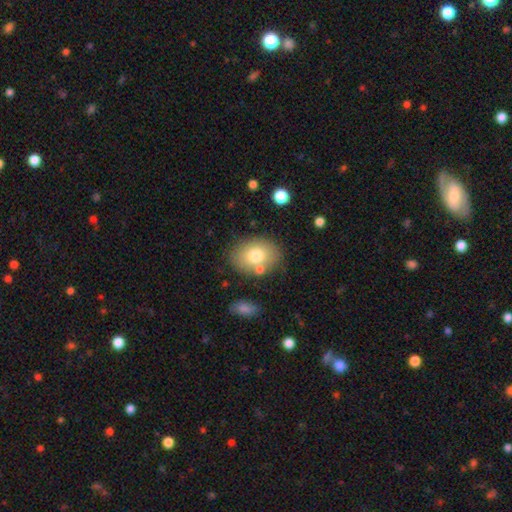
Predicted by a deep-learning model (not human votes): Smooth or featured: smooth — 74% (featured or disk — 16%)
How rounded: in between — 67% (round — 32%)
Merging: none — 74% (minor disturbance — 13%)